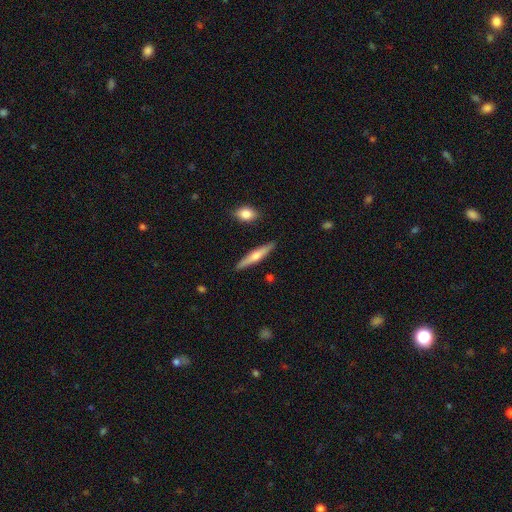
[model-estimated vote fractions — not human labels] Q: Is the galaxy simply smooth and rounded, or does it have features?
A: featured or disk — 54%.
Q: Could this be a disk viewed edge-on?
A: yes — 96%.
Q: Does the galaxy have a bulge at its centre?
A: rounded — 88%.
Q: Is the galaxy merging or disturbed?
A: none — 89%.